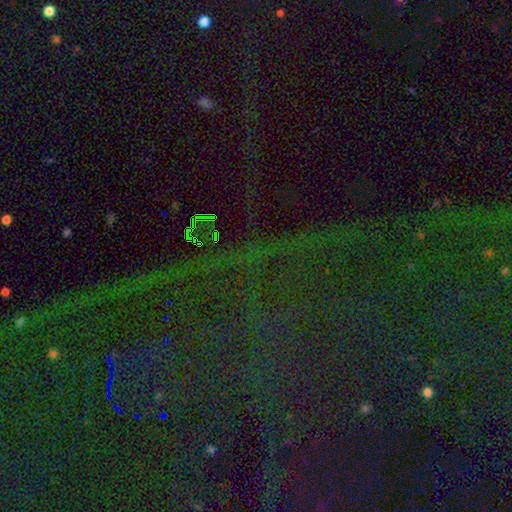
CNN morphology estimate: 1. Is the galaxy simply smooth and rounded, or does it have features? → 84% star or artifact, 8% smooth, 7% featured or disk.